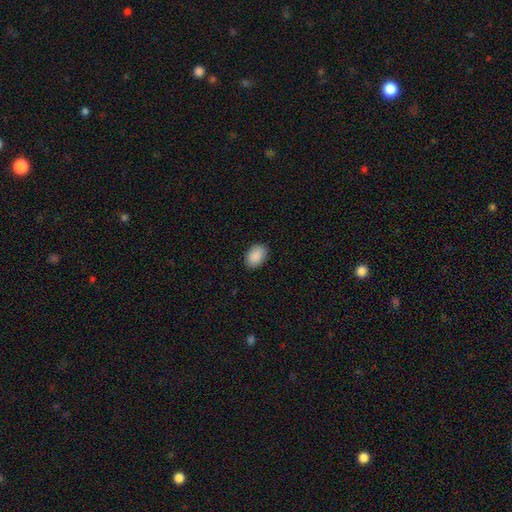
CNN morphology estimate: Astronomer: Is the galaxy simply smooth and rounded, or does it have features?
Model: smooth — 91%.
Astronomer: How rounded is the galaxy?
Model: in between — 87%.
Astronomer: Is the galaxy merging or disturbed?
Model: none — 89%.